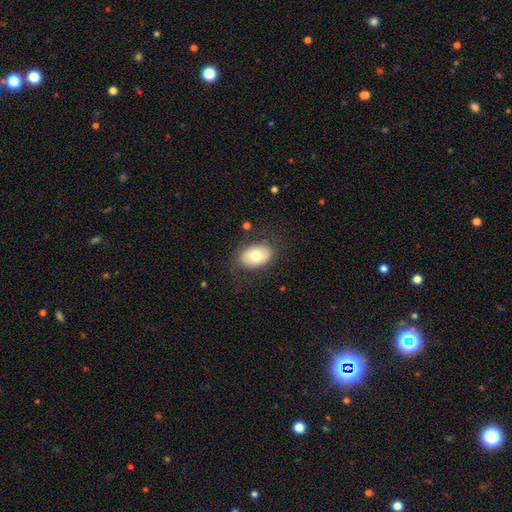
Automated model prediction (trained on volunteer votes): This is likely a smooth galaxy (70%). How rounded: clearly in between (86%). Merging: likely none (78%).